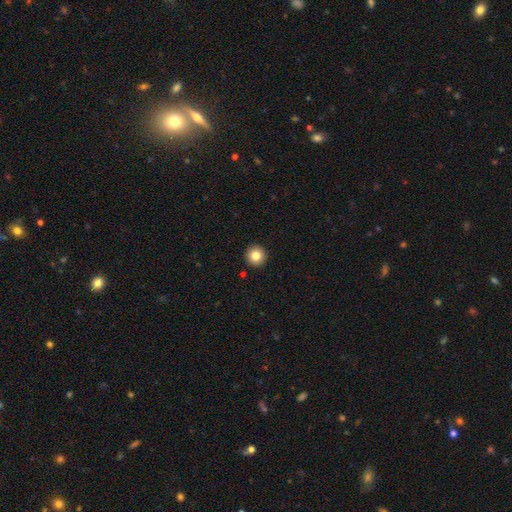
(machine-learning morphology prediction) smooth_or_featured: smooth (p=0.83) [alt: star or artifact p=0.10]
how_rounded: round (p=0.96) [alt: in between p=0.03]
merging: none (p=0.93) [alt: minor disturbance p=0.04]